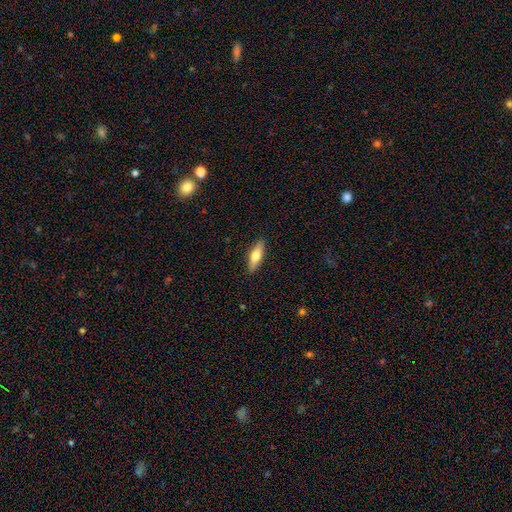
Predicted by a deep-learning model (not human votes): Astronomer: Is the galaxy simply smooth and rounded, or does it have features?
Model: smooth — 62%.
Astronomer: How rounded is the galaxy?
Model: cigar-shaped — 51% (runner-up: in between, 46%).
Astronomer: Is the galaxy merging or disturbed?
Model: none — 89%.